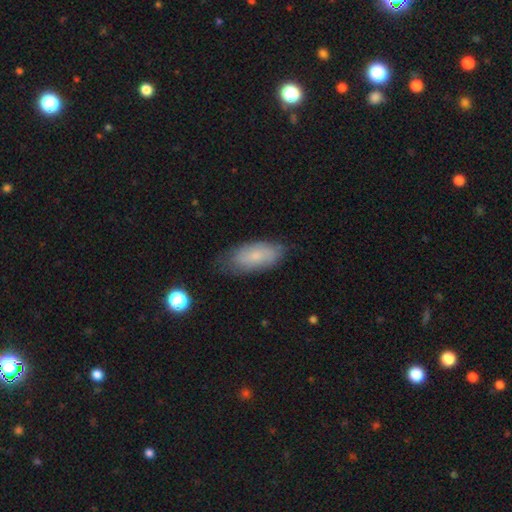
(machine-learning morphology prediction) Smooth or featured? smooth (68%)
How rounded? in between (87%)
Merging? none (69%)